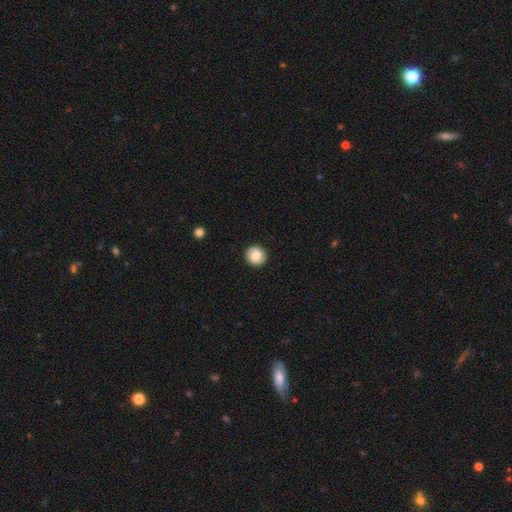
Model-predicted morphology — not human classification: Q: Smooth or featured?
A: smooth (76%); runner-up: featured or disk (16%)
Q: How rounded?
A: round (87%); runner-up: in between (13%)
Q: Merging?
A: none (89%); runner-up: minor disturbance (7%)